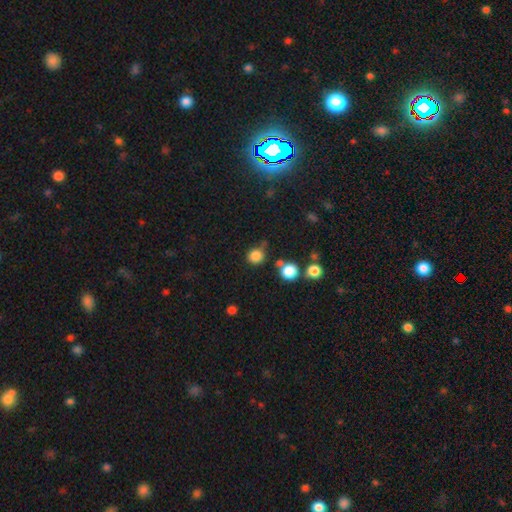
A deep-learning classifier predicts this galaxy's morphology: Overall: smooth (83%). How rounded: round (86%). Merging: none (72%).